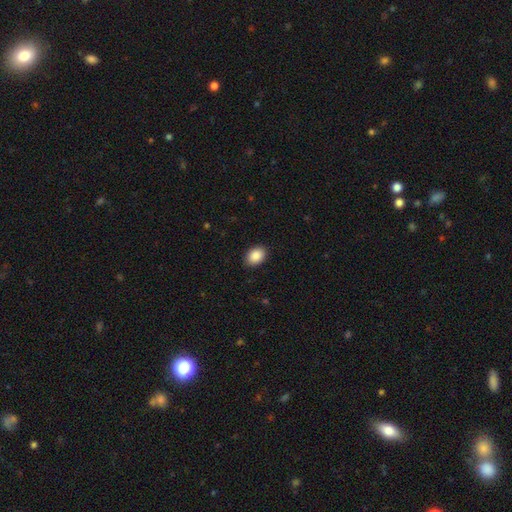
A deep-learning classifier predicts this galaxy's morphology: This appears to be a smooth galaxy with no disk features (89%) that is in between round and cigar-shaped (75%). Merging: none (89%).